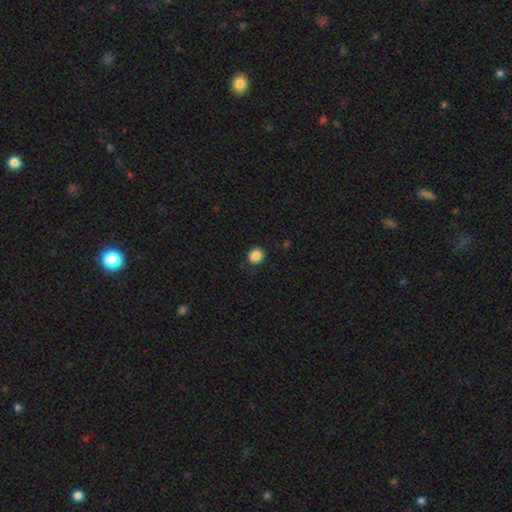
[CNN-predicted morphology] smooth 87%, star or artifact 10%, featured or disk 3%. Down the decision tree: how rounded — round (77%); merging — none (84%).